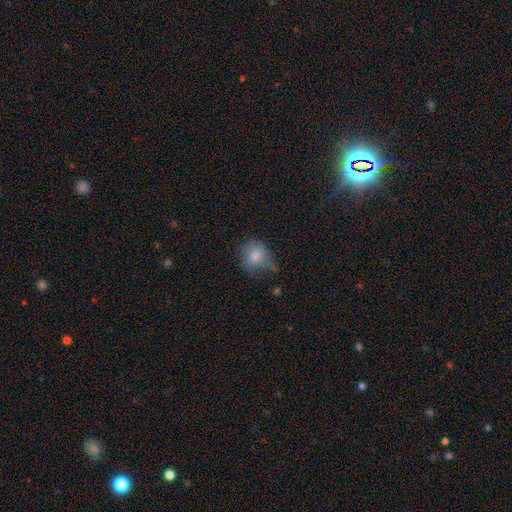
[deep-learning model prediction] The model was most divided on "merging": none: 43%, minor disturbance: 34%, major disturbance: 19%, merger: 4%. More confident: smooth or featured — smooth (76%); how rounded — round (66%).